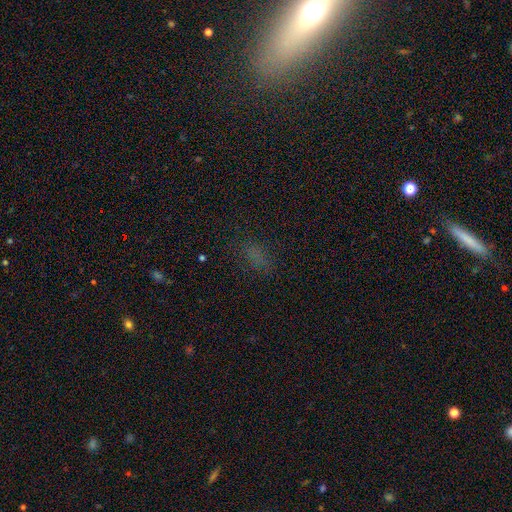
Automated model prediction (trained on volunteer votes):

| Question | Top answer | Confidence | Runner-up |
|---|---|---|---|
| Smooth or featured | smooth | 63% | star or artifact (28%) |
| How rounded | in between | 80% | round (13%) |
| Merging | none | 73% | minor disturbance (16%) |